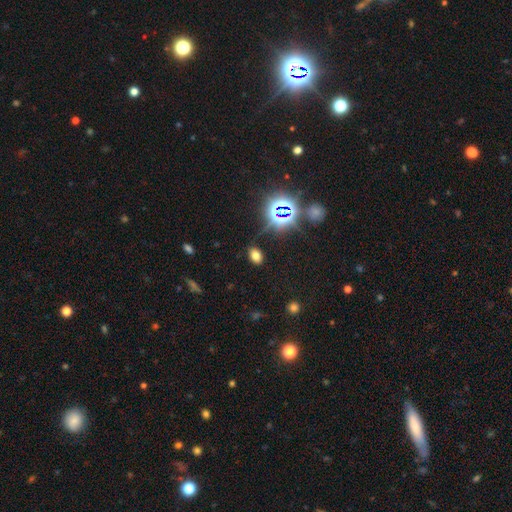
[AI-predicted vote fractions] Smooth or featured? smooth (64%)
How rounded? in between (83%)
Merging? none (84%)